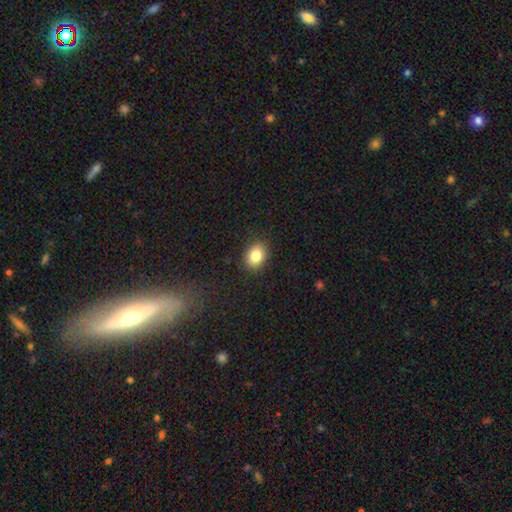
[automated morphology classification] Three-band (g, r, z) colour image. It shows a smooth galaxy with no disk features (84%) that is in between round and cigar-shaped (62%). Merging: none (88%).